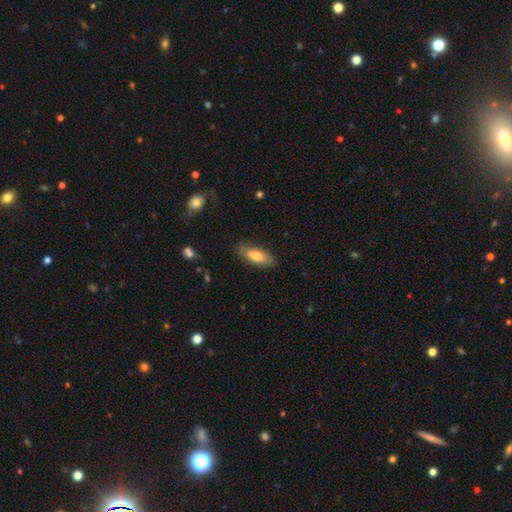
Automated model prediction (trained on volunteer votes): This appears to be a smooth galaxy with no disk features (77%) that is in between round and cigar-shaped (77%). Merging: none (81%).